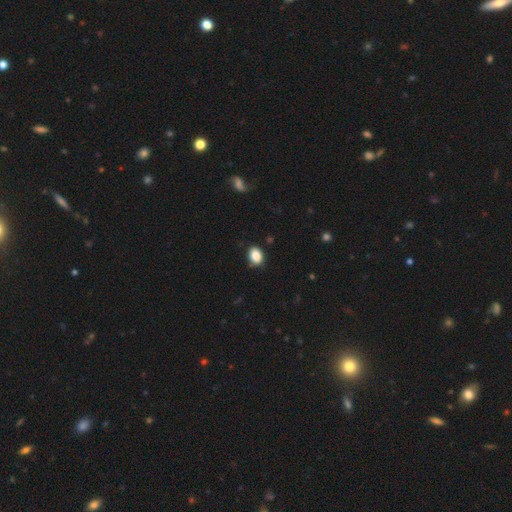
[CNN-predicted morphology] The model was most divided on "how rounded": in between: 68%, round: 31%, cigar-shaped: 1%. More confident: smooth or featured — smooth (86%); merging — none (85%).